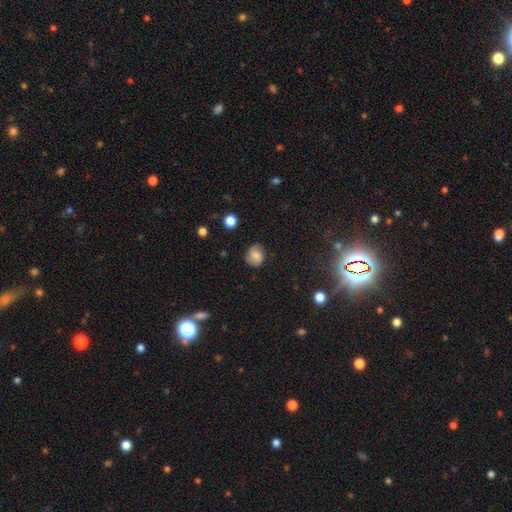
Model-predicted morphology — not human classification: A smooth galaxy with no disk features (61%) that is round (64%). Merging: none (76%).